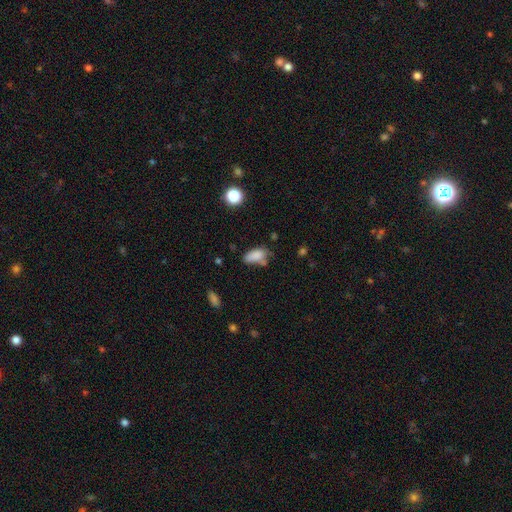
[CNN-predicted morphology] A smooth galaxy with no disk features (83%) that is in between round and cigar-shaped (89%).

Vote fractions:
- Smooth or featured? smooth: 83% / star or artifact: 10% / featured or disk: 7%
- How rounded? in between: 89% / cigar-shaped: 7% / round: 4%
- Merging? none: 51% / minor disturbance: 27% / merger: 13% / major disturbance: 9%